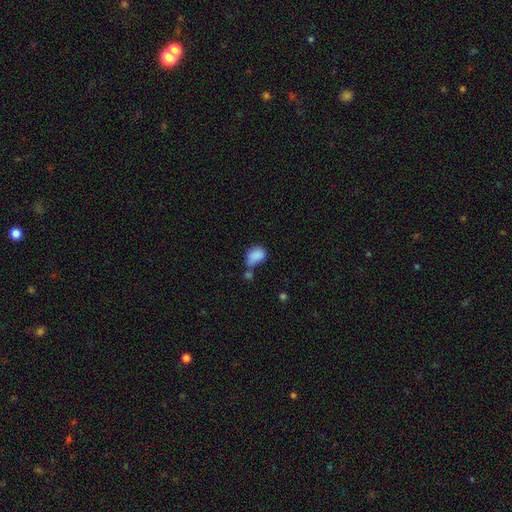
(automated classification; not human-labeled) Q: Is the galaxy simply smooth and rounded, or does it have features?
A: smooth — 85%.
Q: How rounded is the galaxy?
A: in between — 82%.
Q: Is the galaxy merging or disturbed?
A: none — 37%.